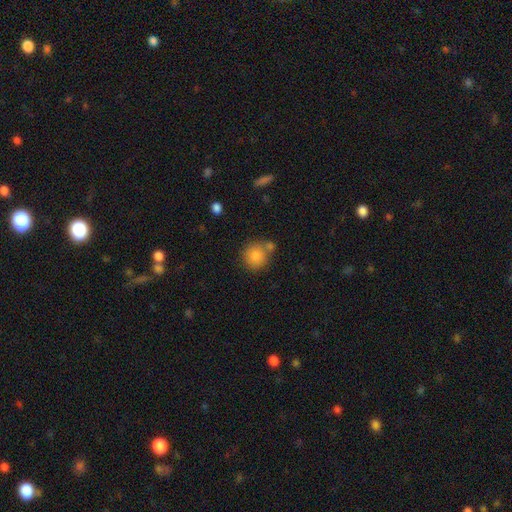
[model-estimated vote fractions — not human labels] smooth-or-featured: smooth: 83% | star or artifact: 9% | featured or disk: 8%
  how-rounded: round: 87% | in between: 12% | cigar-shaped: 1%
  merging: none: 60% | merger: 21% | minor disturbance: 14% | major disturbance: 5%